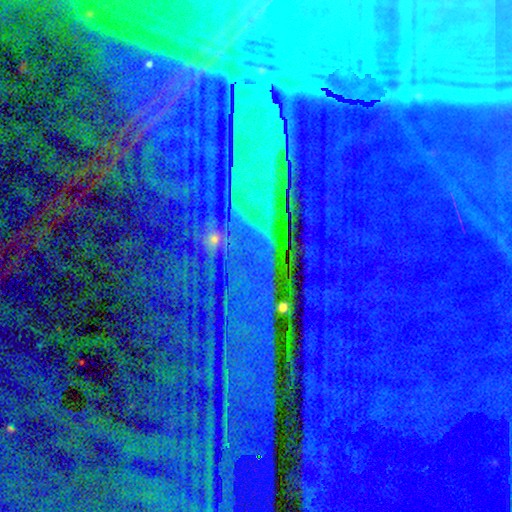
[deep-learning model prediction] Morphology: type=star or artifact (88%).